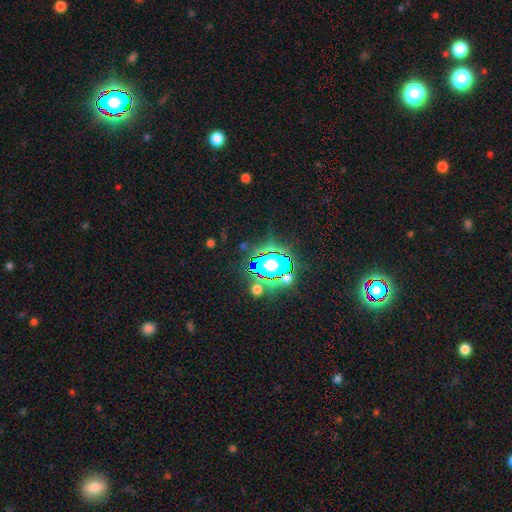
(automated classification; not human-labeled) A star or artifact, not a galaxy (82%).

Vote fractions:
- Smooth or featured? star or artifact: 82% / smooth: 10% / featured or disk: 7%